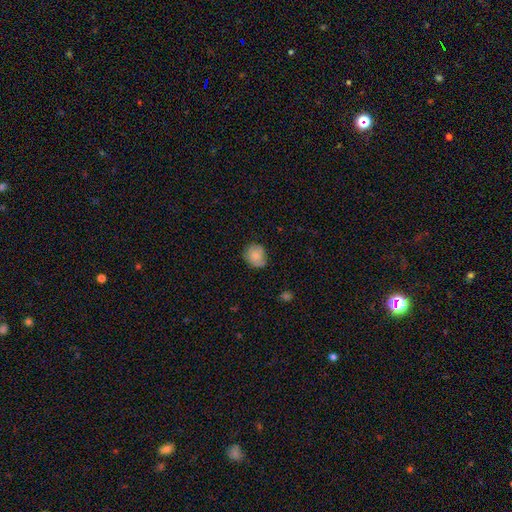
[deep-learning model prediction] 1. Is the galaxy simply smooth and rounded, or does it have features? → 78% smooth, 14% featured or disk, 8% star or artifact.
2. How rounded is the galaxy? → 72% round, 27% in between, 1% cigar-shaped.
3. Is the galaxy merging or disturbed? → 64% none, 28% minor disturbance, 6% major disturbance, 2% merger.